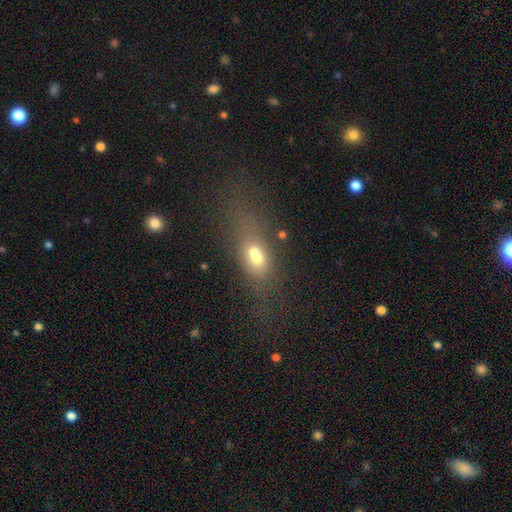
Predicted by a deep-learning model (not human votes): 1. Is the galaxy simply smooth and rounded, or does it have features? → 57% smooth, 26% featured or disk, 17% star or artifact.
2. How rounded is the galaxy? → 68% in between, 16% round, 16% cigar-shaped.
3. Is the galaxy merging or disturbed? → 42% merger, 28% none, 16% major disturbance, 14% minor disturbance.